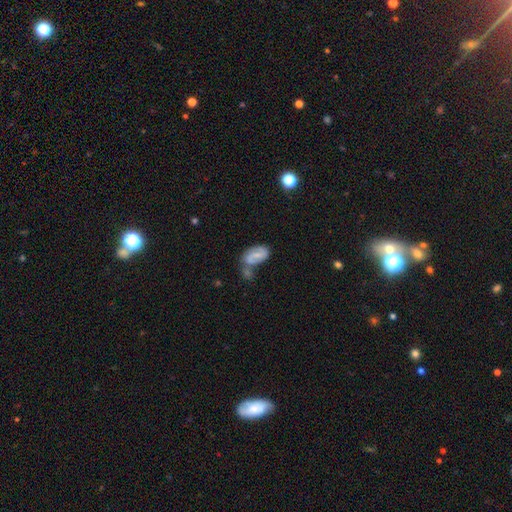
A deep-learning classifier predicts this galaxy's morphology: type=featured or disk (52%); edge-on=no (96%); merging=merger (39%).